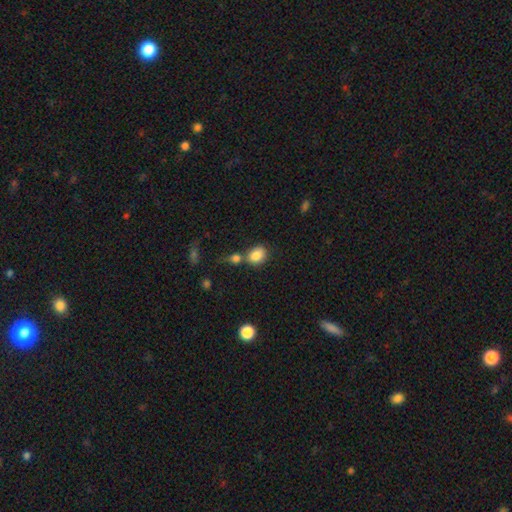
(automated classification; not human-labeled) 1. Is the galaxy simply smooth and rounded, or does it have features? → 85% smooth, 9% star or artifact, 6% featured or disk.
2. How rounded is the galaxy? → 57% in between, 42% round, 1% cigar-shaped.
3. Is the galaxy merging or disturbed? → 52% none, 31% merger, 12% minor disturbance, 5% major disturbance.